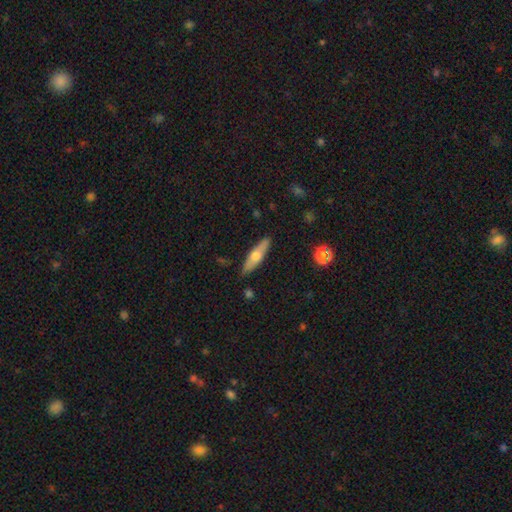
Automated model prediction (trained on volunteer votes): A smooth galaxy with no disk features (51%) that is cigar-shaped (63%). Merging: none (87%).